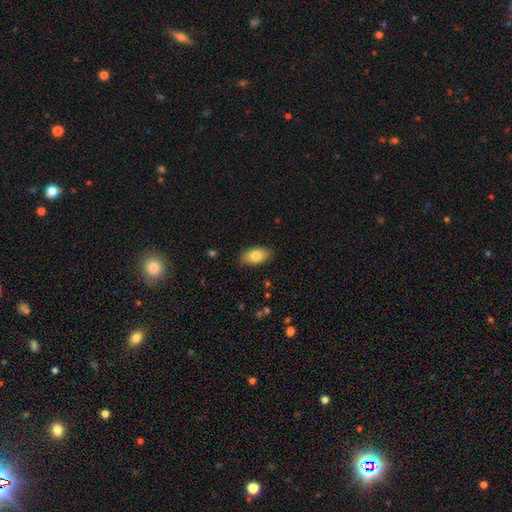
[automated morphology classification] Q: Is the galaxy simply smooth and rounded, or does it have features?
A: smooth — 81%.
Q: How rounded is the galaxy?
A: in between — 92%.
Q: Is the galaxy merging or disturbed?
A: none — 85%.